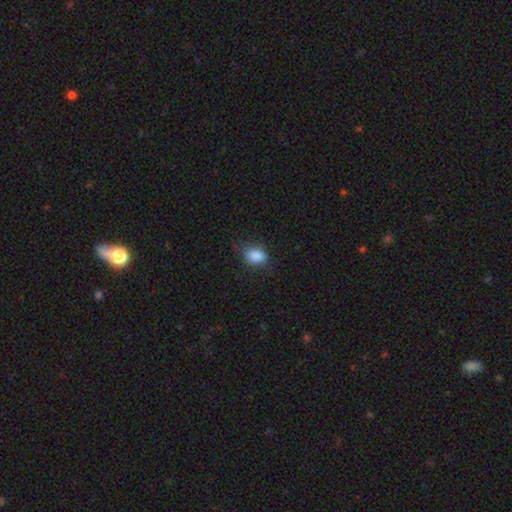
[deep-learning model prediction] Morphology: type=smooth (87%); roundness=in between (74%); merging=none (73%).